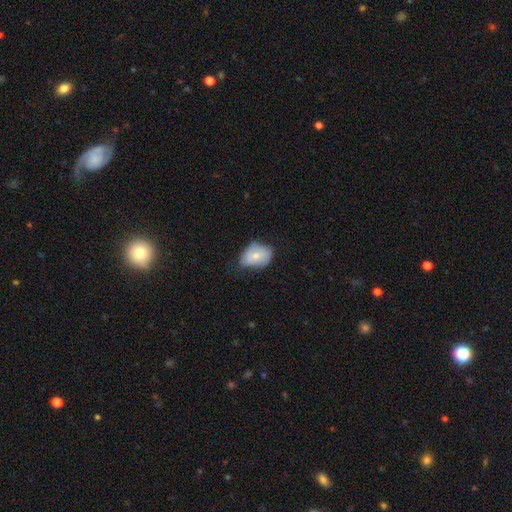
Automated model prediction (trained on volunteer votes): This is likely a smooth galaxy (69%). How rounded: likely in between (69%). Merging: marginally minor disturbance (44%).